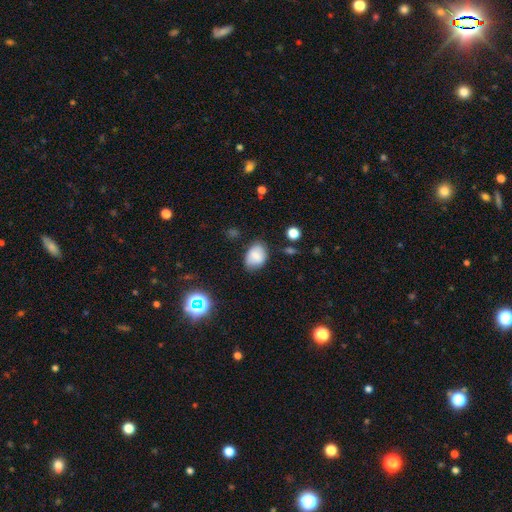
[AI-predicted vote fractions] Q: Smooth or featured?
A: smooth (77%); runner-up: featured or disk (13%)
Q: How rounded?
A: in between (73%); runner-up: round (26%)
Q: Merging?
A: none (69%); runner-up: minor disturbance (24%)